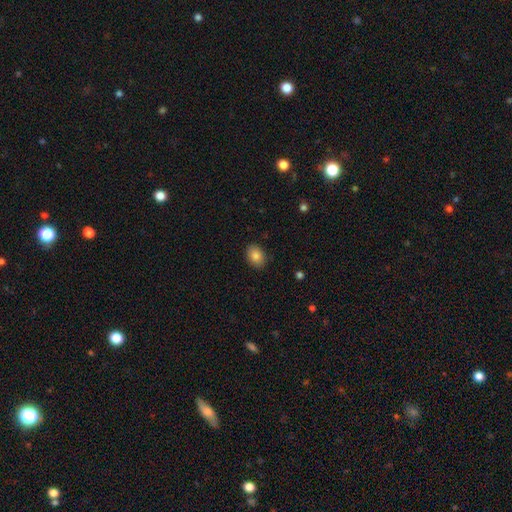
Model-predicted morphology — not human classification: Q: Smooth or featured?
A: smooth (85%); runner-up: star or artifact (8%)
Q: How rounded?
A: in between (68%); runner-up: round (31%)
Q: Merging?
A: none (88%); runner-up: minor disturbance (9%)